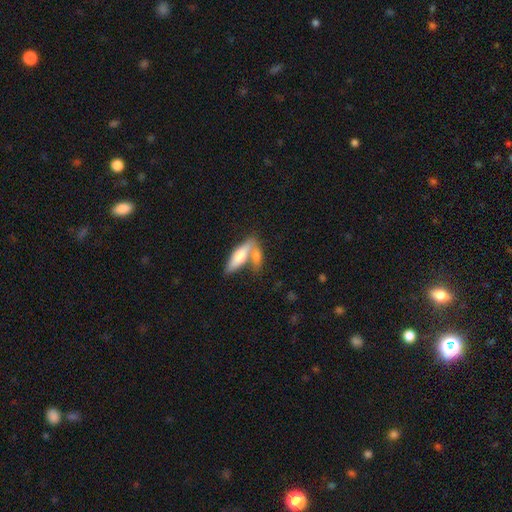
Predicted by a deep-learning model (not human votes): smooth 64%, featured or disk 29%, star or artifact 6%. Down the decision tree: how rounded — in between (54%); merging — merger (51%).